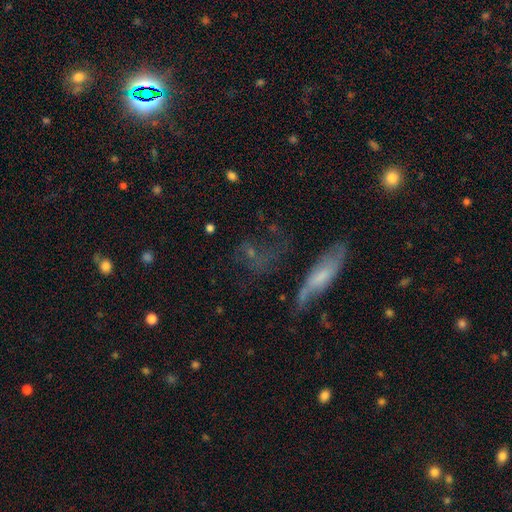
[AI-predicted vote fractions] Overall: featured or disk (39%; smooth 37%). Merging: none (49%; major disturbance 23%).